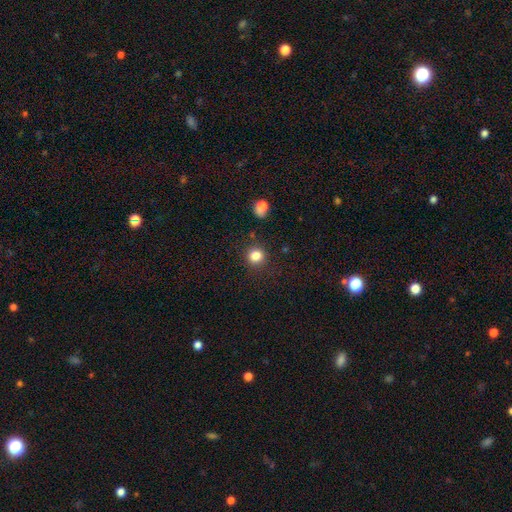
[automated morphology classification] The model was most divided on "smooth or featured": smooth: 83%, star or artifact: 12%, featured or disk: 5%. More confident: how rounded — round (88%); merging — none (86%).